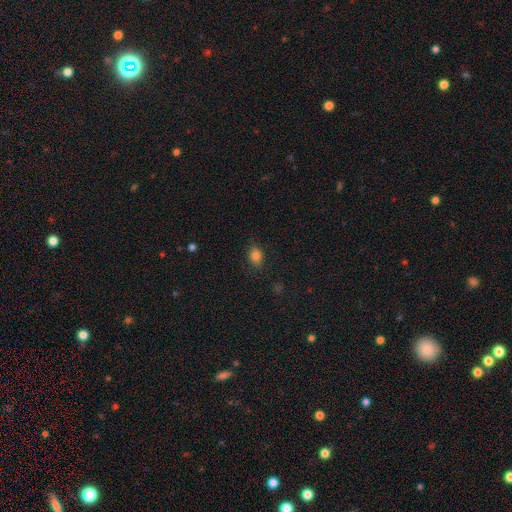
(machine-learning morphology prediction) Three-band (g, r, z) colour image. It shows a smooth galaxy with no disk features (83%) that is in between round and cigar-shaped (71%). Merging: none (81%).